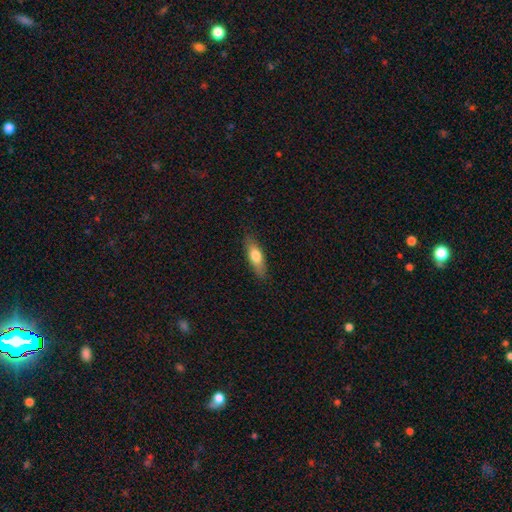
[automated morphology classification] Smooth or featured?
  - smooth: 71% *
  - featured or disk: 23%
  - star or artifact: 6%
How rounded?
  - in between: 50% *
  - cigar-shaped: 47%
  - round: 2%
Merging?
  - none: 85% *
  - minor disturbance: 12%
  - major disturbance: 3%
  - merger: 1%